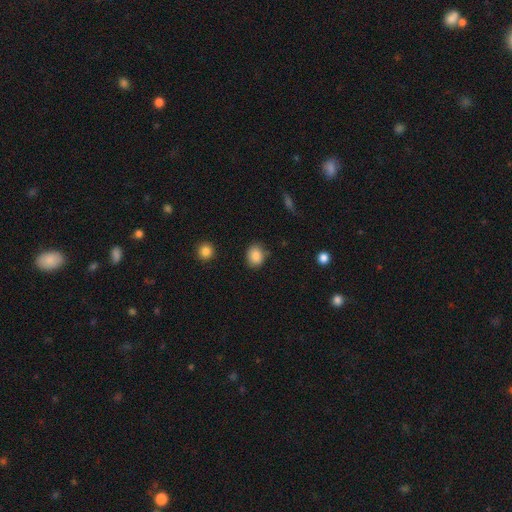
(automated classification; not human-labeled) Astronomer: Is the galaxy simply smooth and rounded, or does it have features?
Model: smooth — 87%.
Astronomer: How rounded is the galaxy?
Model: round — 53% (runner-up: in between, 46%).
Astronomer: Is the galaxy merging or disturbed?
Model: none — 79%.